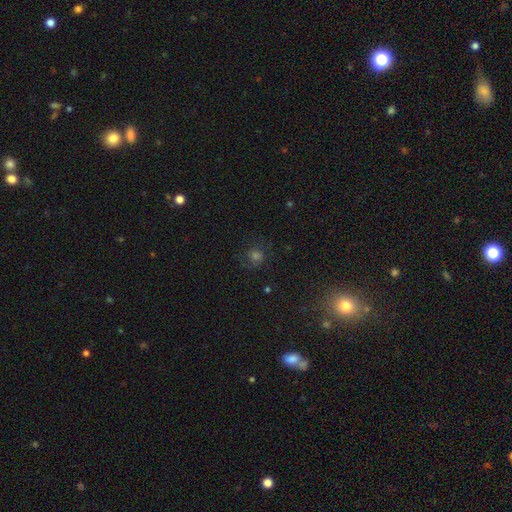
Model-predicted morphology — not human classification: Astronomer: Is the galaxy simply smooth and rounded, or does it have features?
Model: smooth — 44% (runner-up: star or artifact, 34%).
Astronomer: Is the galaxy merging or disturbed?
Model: none — 74%.